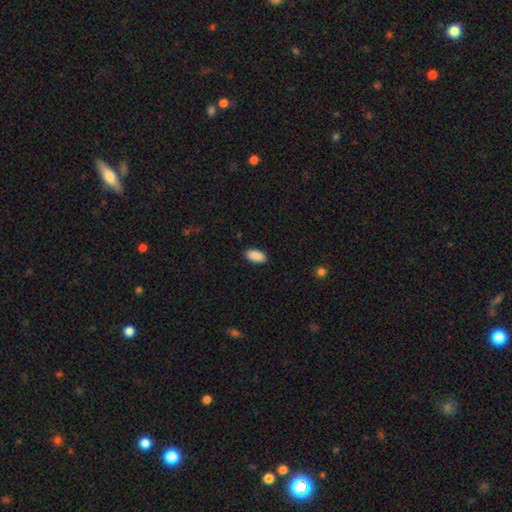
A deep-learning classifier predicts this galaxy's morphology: type=smooth (91%); roundness=in between (94%); merging=none (89%).